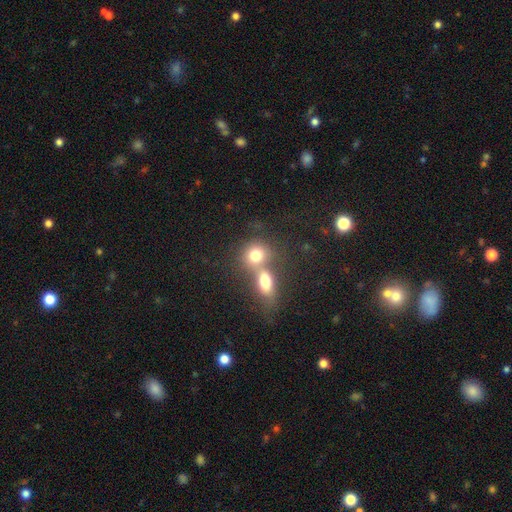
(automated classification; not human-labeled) Overall: smooth (76%). How rounded: round (64%; in between 34%). Merging: merger (57%; none 32%).